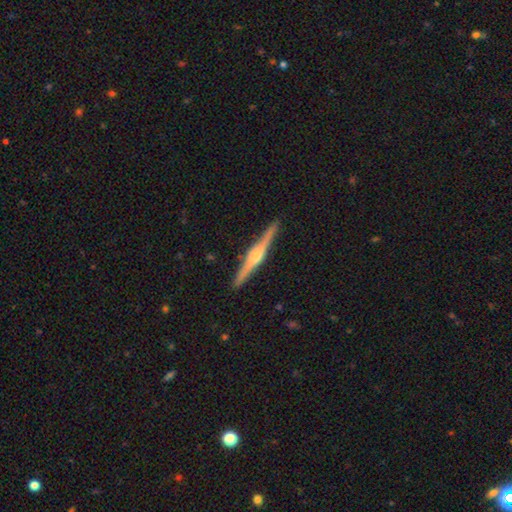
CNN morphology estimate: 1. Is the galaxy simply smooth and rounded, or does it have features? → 78% featured or disk, 17% smooth, 5% star or artifact.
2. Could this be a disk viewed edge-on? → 98% yes, 2% no.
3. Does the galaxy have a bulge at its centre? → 75% rounded, 17% boxy, 8% none.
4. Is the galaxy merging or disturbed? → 90% none, 7% minor disturbance, 1% major disturbance, 1% merger.